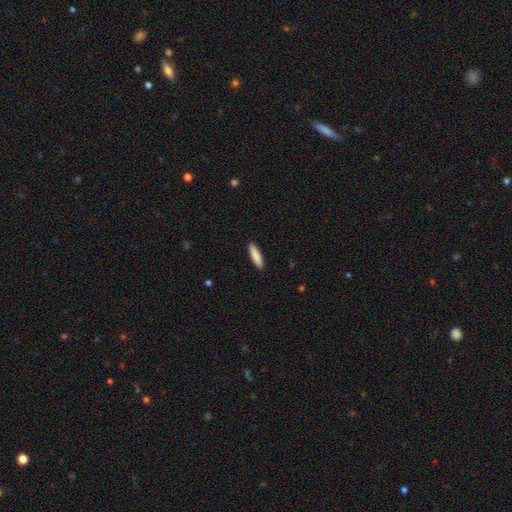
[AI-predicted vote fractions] Overall: smooth (88%). How rounded: cigar-shaped (73%). Merging: none (91%).